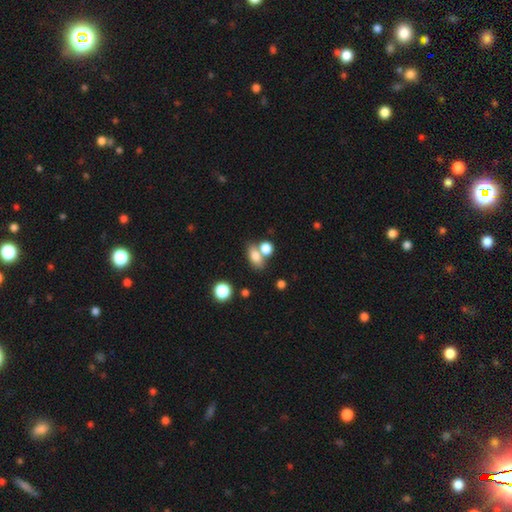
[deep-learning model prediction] smooth_or_featured: smooth (p=0.78) [alt: star or artifact p=0.11]
how_rounded: in between (p=0.78) [alt: round p=0.17]
merging: none (p=0.50) [alt: merger p=0.34]